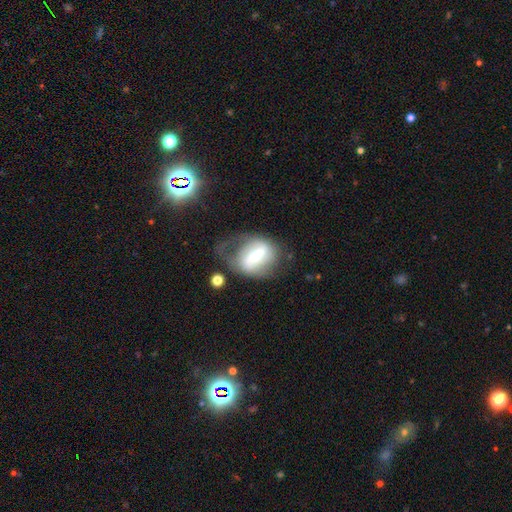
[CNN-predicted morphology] The model was most divided on "merging": none: 38%, major disturbance: 33%, minor disturbance: 25%, merger: 5%. More confident: edge-on disk — no (90%); smooth or featured — featured or disk (63%); bulge size — moderate (62%); bar — strong (58%); spiral arms — yes (56%).